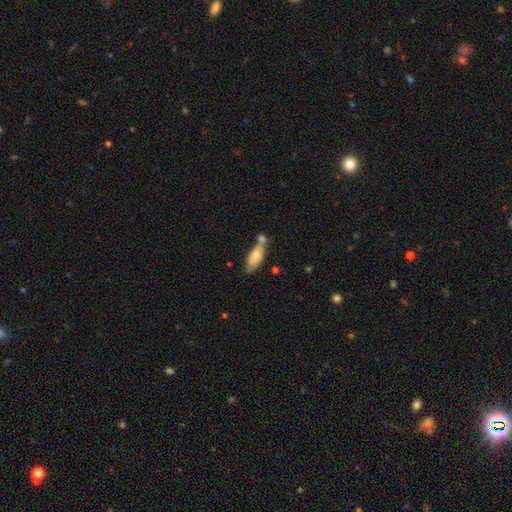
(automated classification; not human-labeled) This appears to be a smooth galaxy with no disk features (62%) that is in between round and cigar-shaped (77%). Merging: none (37%, tied with merger).